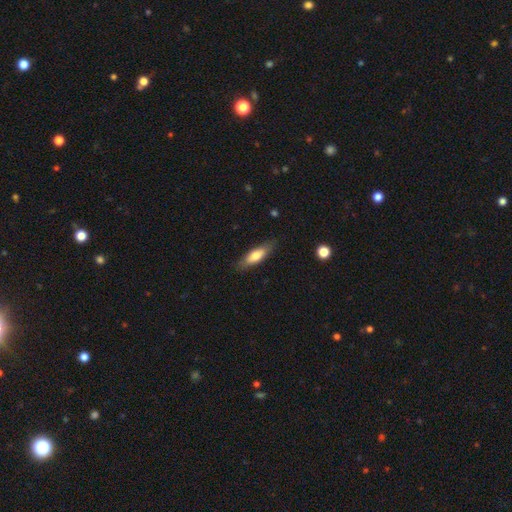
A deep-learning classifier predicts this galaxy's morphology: Smooth or featured: smooth — 68% (featured or disk — 26%)
How rounded: in between — 51% (cigar-shaped — 47%)
Merging: none — 82% (minor disturbance — 14%)